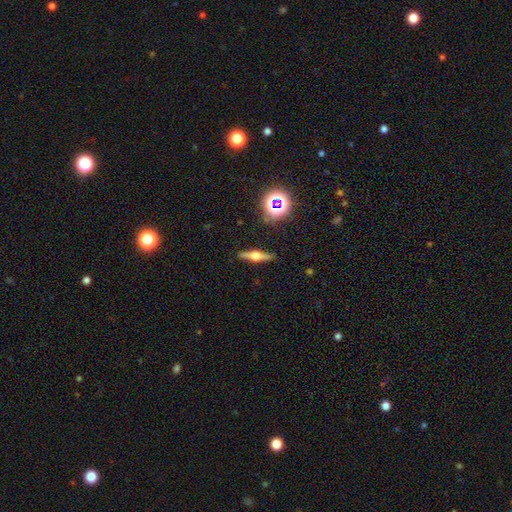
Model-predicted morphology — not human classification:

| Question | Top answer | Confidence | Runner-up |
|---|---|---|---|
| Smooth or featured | featured or disk | 68% | smooth (22%) |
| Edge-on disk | yes | 97% | no (3%) |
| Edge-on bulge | rounded | 94% | boxy (5%) |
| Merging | none | 90% | minor disturbance (7%) |